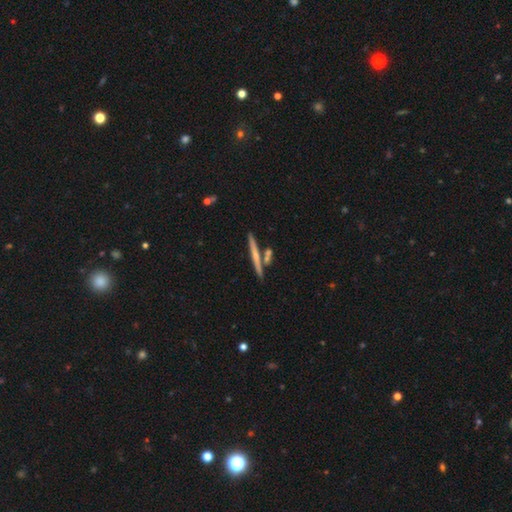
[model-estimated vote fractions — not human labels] A smooth galaxy with no disk features (49%).

Vote fractions:
- Smooth or featured? smooth: 49% / featured or disk: 45% / star or artifact: 6%
- Merging? none: 76% / merger: 14% / minor disturbance: 9% / major disturbance: 2%